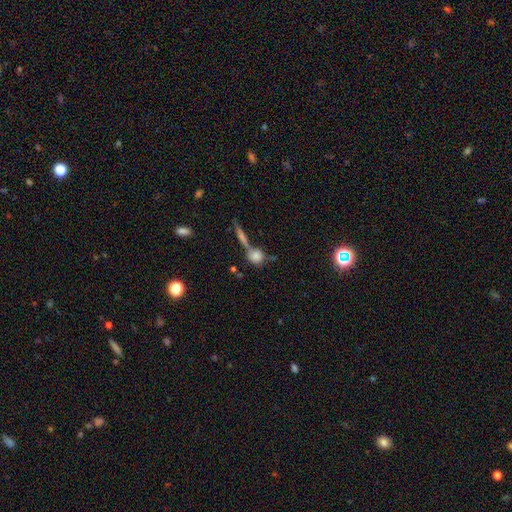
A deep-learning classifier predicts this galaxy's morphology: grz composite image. It shows a smooth galaxy with no disk features (72%) that is round (78%). Merging: none (52%).